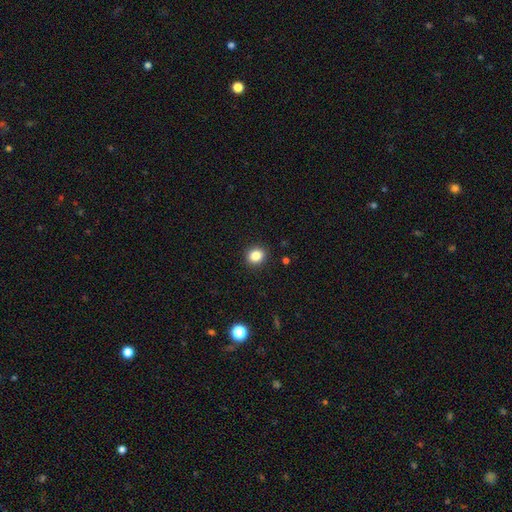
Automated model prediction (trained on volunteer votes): The model was most divided on "how rounded": round: 77%, in between: 22%, cigar-shaped: 1%. More confident: merging — none (91%); smooth or featured — smooth (85%).